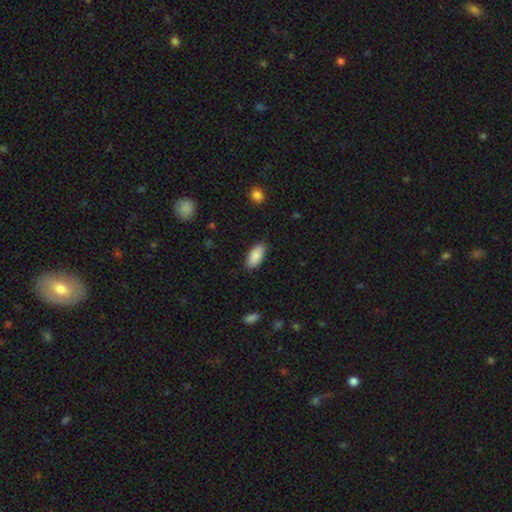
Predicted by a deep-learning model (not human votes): smooth 87%, star or artifact 6%, featured or disk 6%. Down the decision tree: how rounded — in between (91%); merging — none (86%).